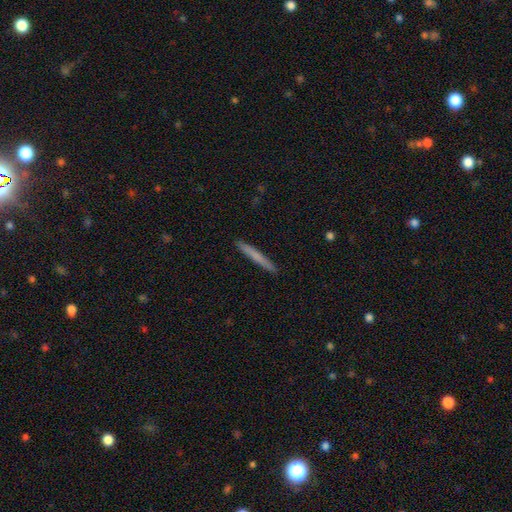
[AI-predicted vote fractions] The model was most divided on "smooth or featured": smooth: 67%, featured or disk: 28%, star or artifact: 5%. More confident: how rounded — cigar-shaped (97%); merging — none (92%).